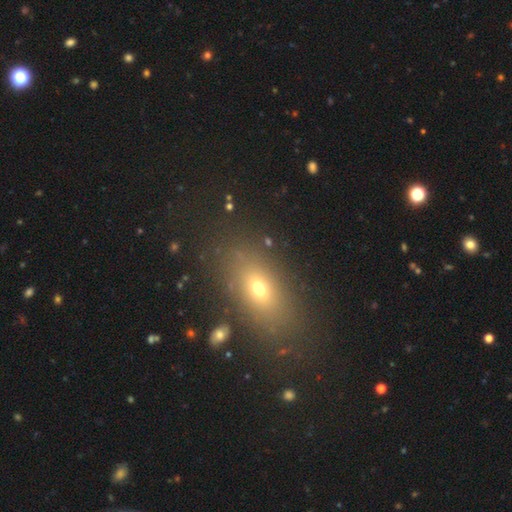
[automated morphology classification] A smooth galaxy with no disk features (62%) that is in between round and cigar-shaped (74%). Merging: none (83%).